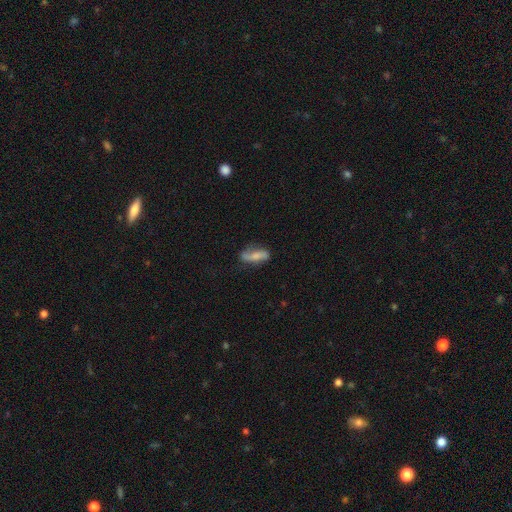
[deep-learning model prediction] This appears to be a smooth galaxy with no disk features (49%). Merging: none (66%).